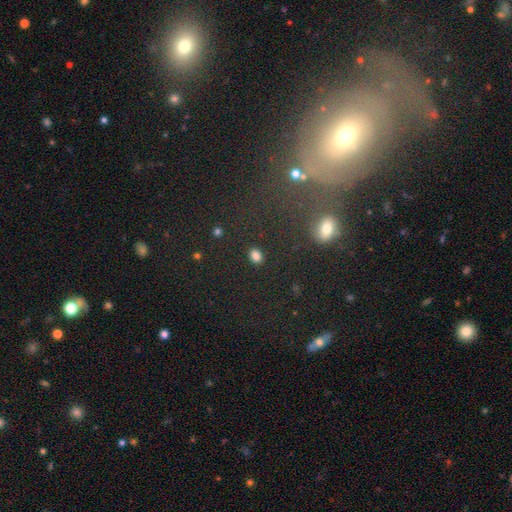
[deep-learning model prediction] Smooth or featured: smooth — 83% (star or artifact — 13%)
How rounded: in between — 66% (round — 33%)
Merging: none — 88% (minor disturbance — 8%)